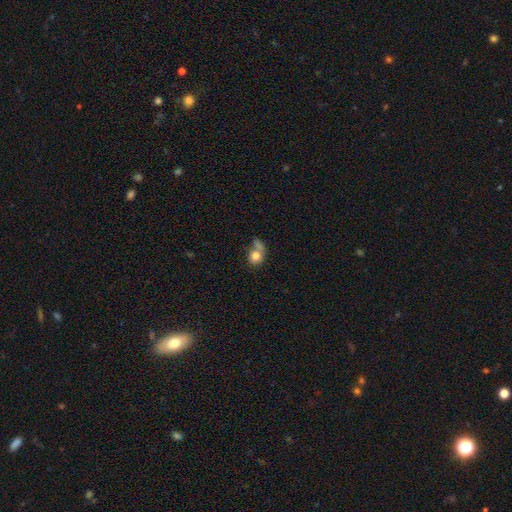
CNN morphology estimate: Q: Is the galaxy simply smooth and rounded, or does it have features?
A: smooth — 78%.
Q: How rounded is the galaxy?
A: round — 65%.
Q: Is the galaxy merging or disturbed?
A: merger — 40%.